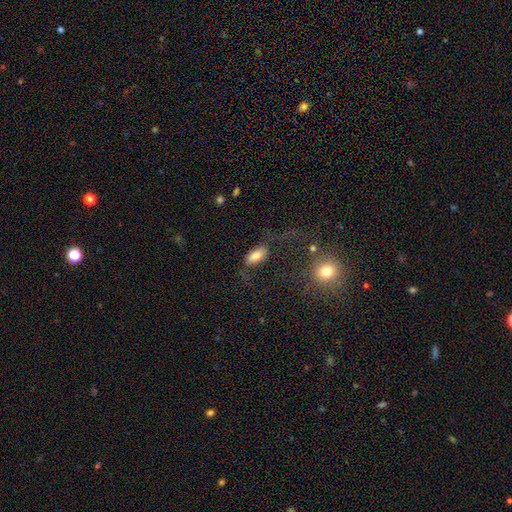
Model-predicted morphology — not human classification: smooth-or-featured: smooth: 74% | featured or disk: 18% | star or artifact: 8%
  how-rounded: in between: 91% | cigar-shaped: 6% | round: 4%
  merging: none: 52% | major disturbance: 22% | minor disturbance: 19% | merger: 6%